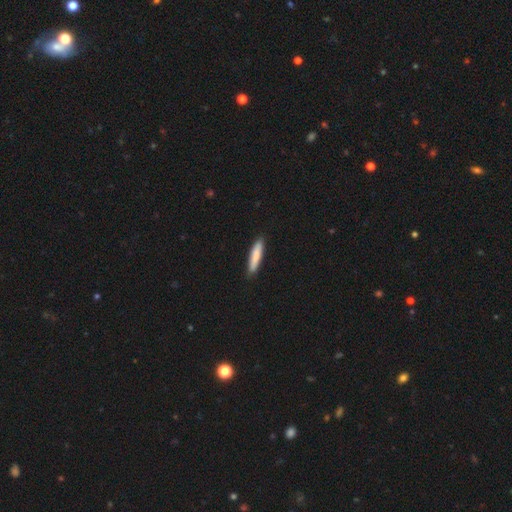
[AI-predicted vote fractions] Morphology: type=smooth (82%); roundness=cigar-shaped (86%); merging=none (88%).